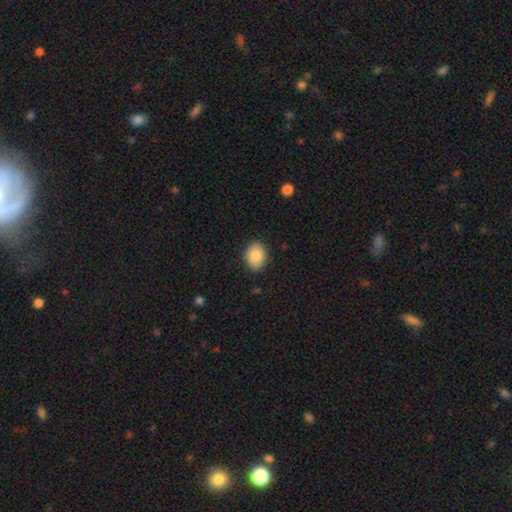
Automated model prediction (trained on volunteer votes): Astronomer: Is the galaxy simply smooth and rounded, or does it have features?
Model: smooth — 86%.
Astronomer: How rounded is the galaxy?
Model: in between — 64%.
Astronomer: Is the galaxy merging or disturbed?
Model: none — 87%.